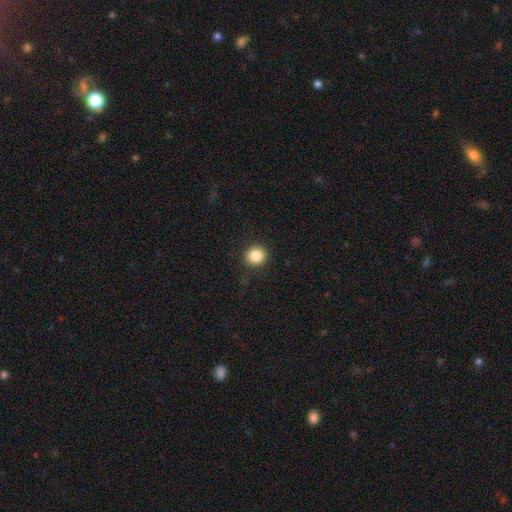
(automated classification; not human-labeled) smooth 85%, star or artifact 10%, featured or disk 5%. Down the decision tree: how rounded — round (90%); merging — none (90%).